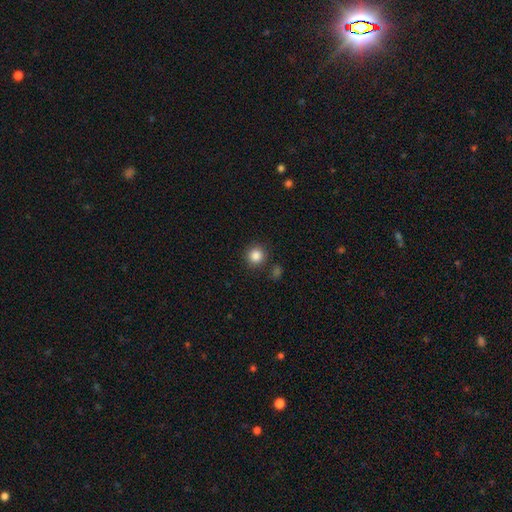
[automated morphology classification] type=smooth (85%); roundness=round (93%); merging=none (87%).